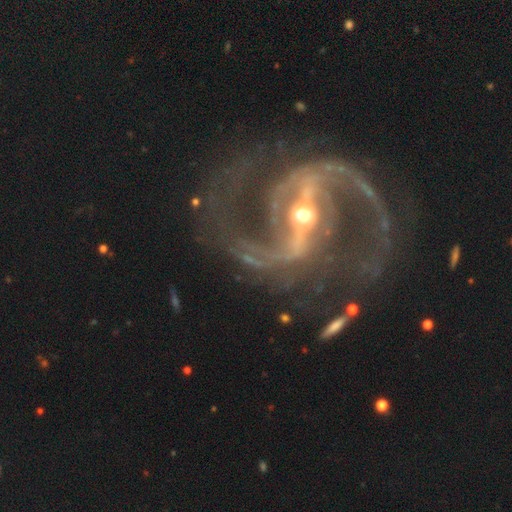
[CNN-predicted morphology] Smooth or featured: featured or disk — 93% (star or artifact — 5%)
Edge-on disk: no — 98% (yes — 2%)
Bar: strong — 71% (weak — 22%)
Spiral arms: yes — 98% (no — 2%)
Spiral winding: medium — 60% (loose — 26%)
Spiral arm count: 2 — 93% (3 — 2%)
Bulge size: moderate — 50% (small — 45%)
Merging: none — 76% (minor disturbance — 13%)